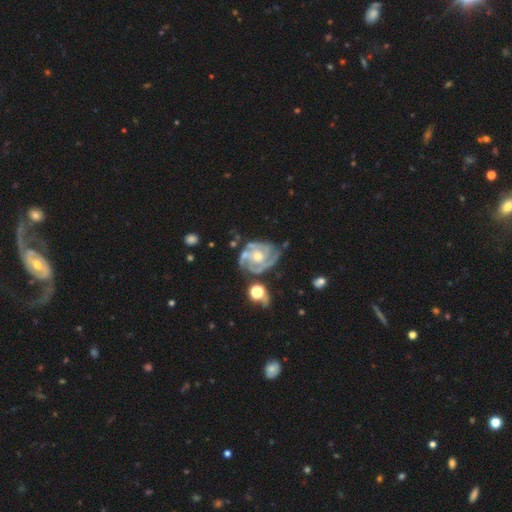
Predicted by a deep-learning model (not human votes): Overall: featured or disk (88%). Edge-on disk: no (98%). Bar: no (73%). Spiral arms: yes (96%). Spiral arm count: 3 (36%; 2 23%). Spiral winding: tight (63%; medium 31%). Bulge size: moderate (56%; small 38%). Merging: none (58%; minor disturbance 23%).